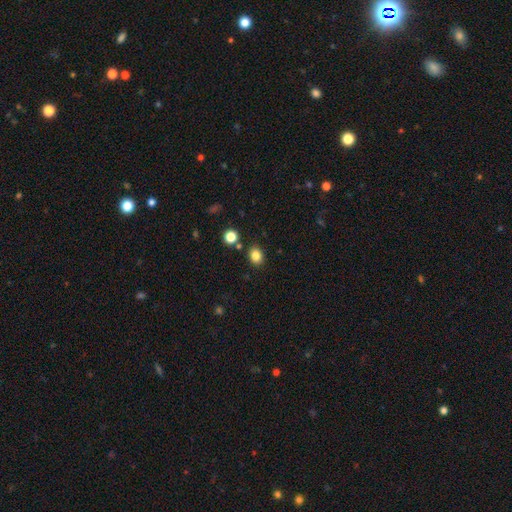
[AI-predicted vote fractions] Morphology: type=smooth (83%); roundness=round (51%); merging=none (84%).